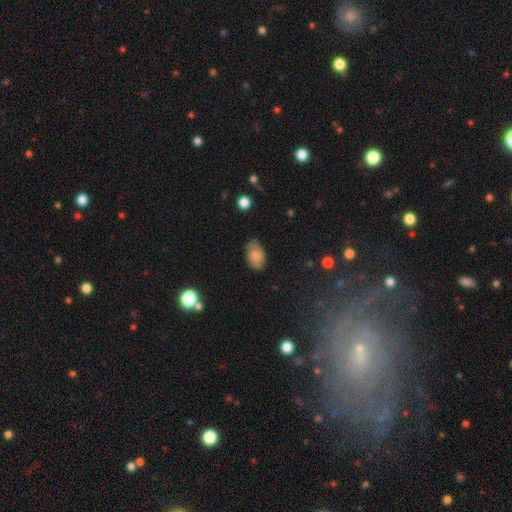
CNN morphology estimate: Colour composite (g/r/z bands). It shows a smooth galaxy with no disk features (81%) that is in between round and cigar-shaped (91%). Merging: none (69%).